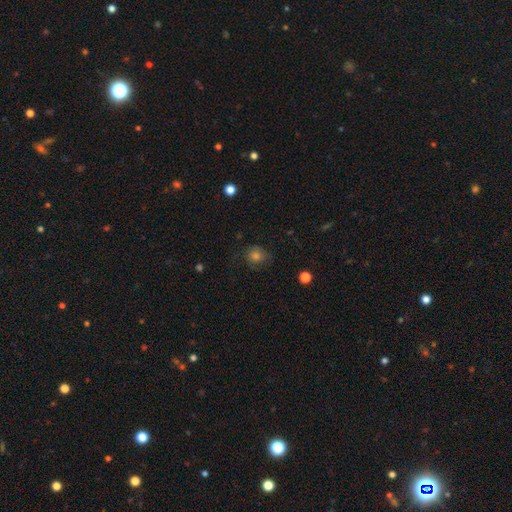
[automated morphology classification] This appears to be a smooth galaxy with no disk features (72%) that is round (78%). Merging: none (75%).